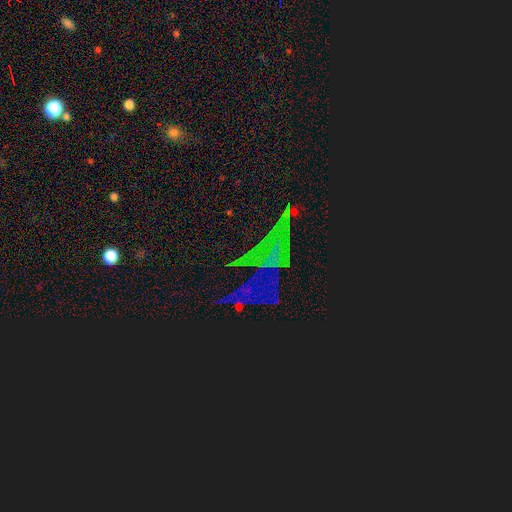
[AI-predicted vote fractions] Smooth or featured: star or artifact — 70% (featured or disk — 18%)